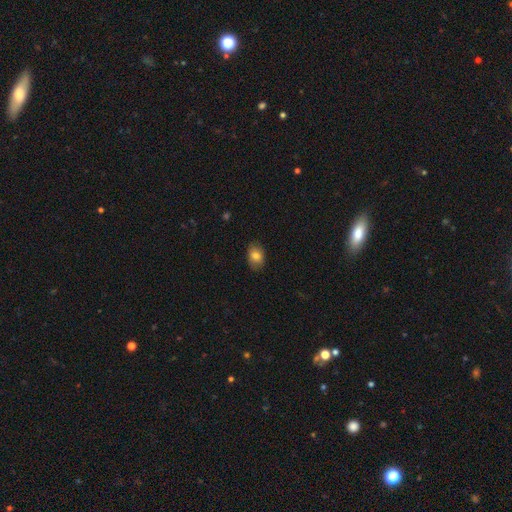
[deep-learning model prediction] Q: Smooth or featured?
A: smooth (79%); runner-up: featured or disk (12%)
Q: How rounded?
A: in between (79%); runner-up: round (20%)
Q: Merging?
A: none (84%); runner-up: minor disturbance (13%)